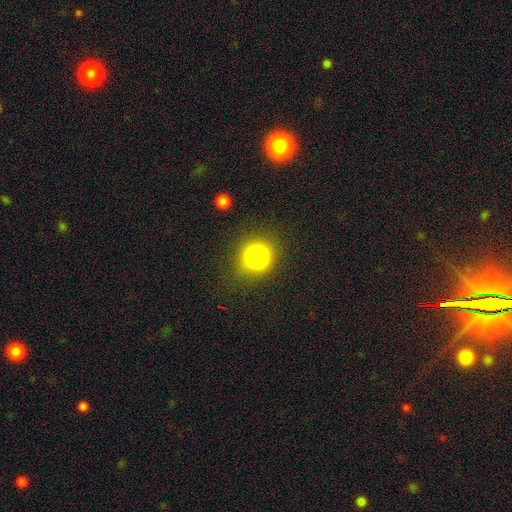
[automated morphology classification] type=smooth (82%); roundness=round (79%); merging=none (78%).